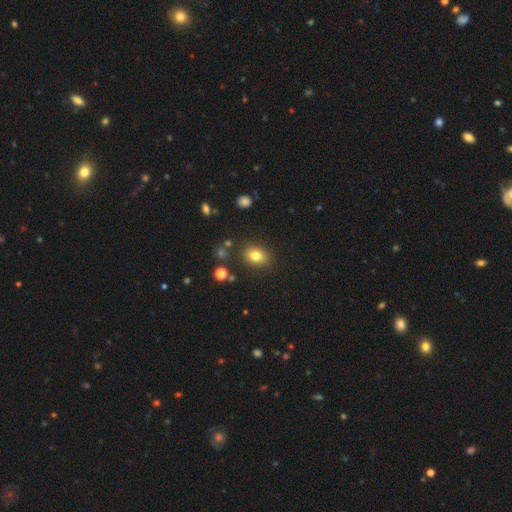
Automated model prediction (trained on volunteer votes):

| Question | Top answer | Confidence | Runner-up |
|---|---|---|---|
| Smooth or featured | smooth | 80% | star or artifact (12%) |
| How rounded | in between | 57% | round (41%) |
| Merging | none | 84% | minor disturbance (10%) |